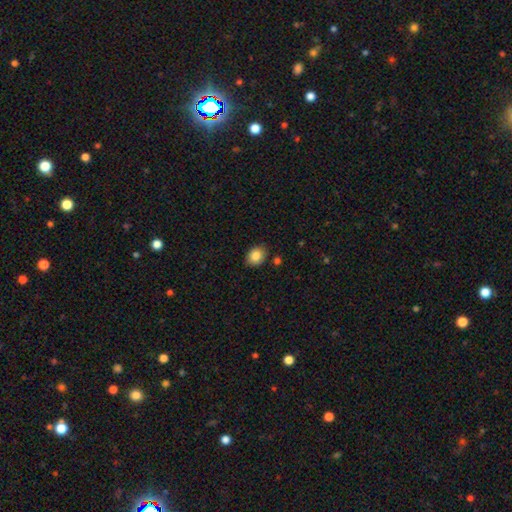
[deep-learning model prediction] The model was most divided on "how rounded": in between: 58%, round: 42%, cigar-shaped: 1%. More confident: merging — none (85%); smooth or featured — smooth (85%).